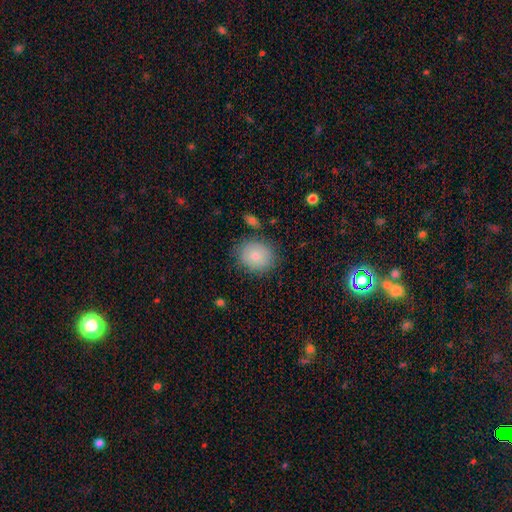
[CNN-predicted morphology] This appears to be a smooth galaxy with no disk features (83%) that is round (66%). Merging: none (79%).